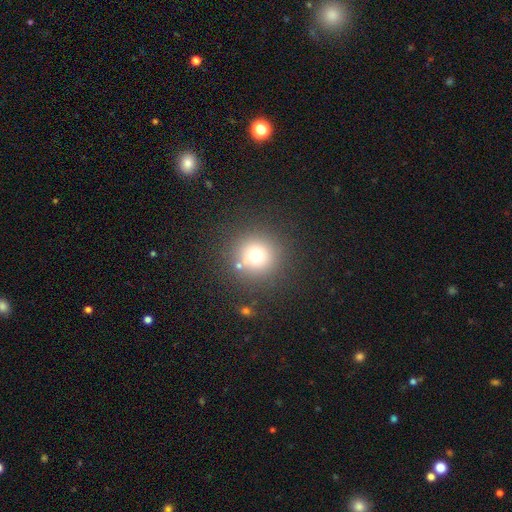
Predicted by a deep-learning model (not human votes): A smooth galaxy with no disk features (71%) that is round (95%).

Vote fractions:
- Smooth or featured? smooth: 71% / star or artifact: 18% / featured or disk: 11%
- How rounded? round: 95% / in between: 4% / cigar-shaped: 1%
- Merging? none: 84% / minor disturbance: 7% / merger: 5% / major disturbance: 4%